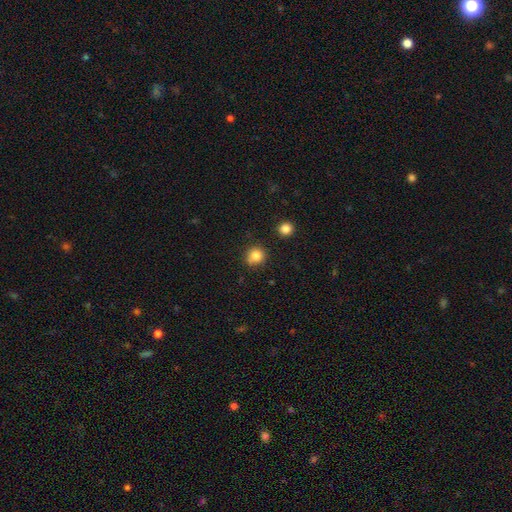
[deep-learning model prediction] This is clearly a smooth galaxy (83%). How rounded: clearly round (89%). Merging: clearly none (80%).